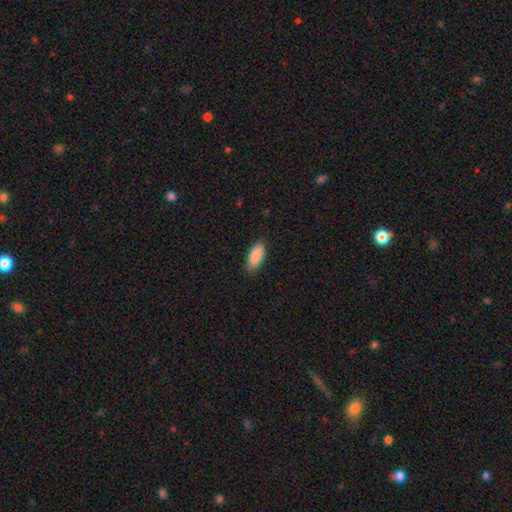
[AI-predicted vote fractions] Smooth or featured?
  - smooth: 90% *
  - star or artifact: 6%
  - featured or disk: 5%
How rounded?
  - in between: 90% *
  - cigar-shaped: 8%
  - round: 2%
Merging?
  - none: 87% *
  - minor disturbance: 10%
  - major disturbance: 2%
  - merger: 1%